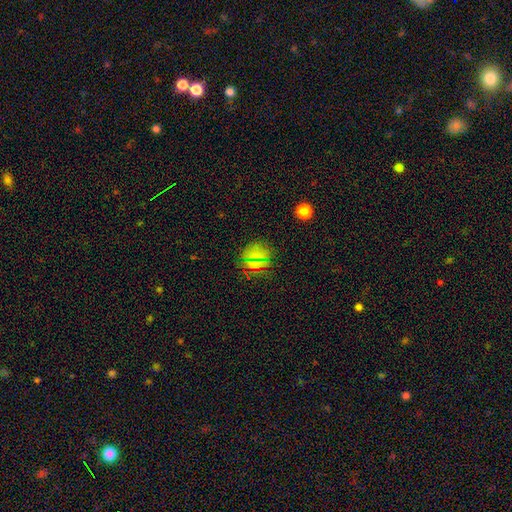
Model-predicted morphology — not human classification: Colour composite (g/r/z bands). It shows a smooth galaxy with no disk features (64%) that is round (88%). Merging: none (85%).